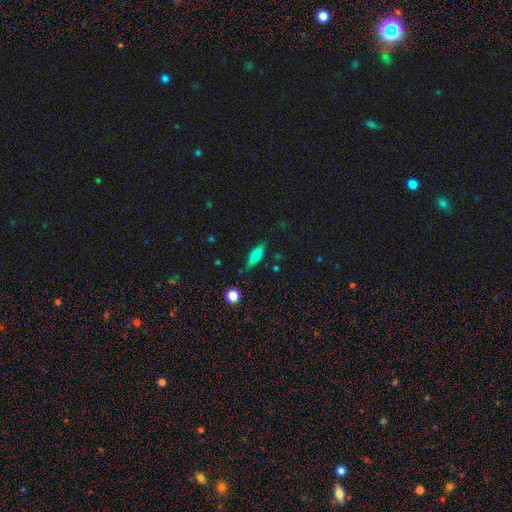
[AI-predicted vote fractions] Smooth or featured?
  - smooth: 63% *
  - featured or disk: 29%
  - star or artifact: 8%
How rounded?
  - cigar-shaped: 54% *
  - in between: 43%
  - round: 3%
Merging?
  - none: 81% *
  - minor disturbance: 14%
  - major disturbance: 3%
  - merger: 2%